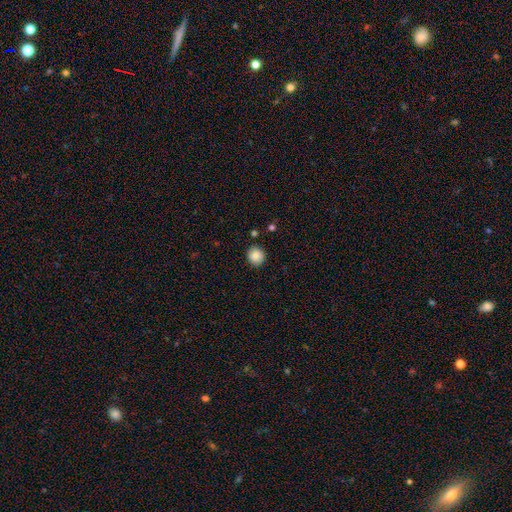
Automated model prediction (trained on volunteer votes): smooth-or-featured: smooth: 87% | star or artifact: 9% | featured or disk: 4%
  how-rounded: round: 88% | in between: 11% | cigar-shaped: 1%
  merging: none: 87% | minor disturbance: 8% | merger: 2% | major disturbance: 2%